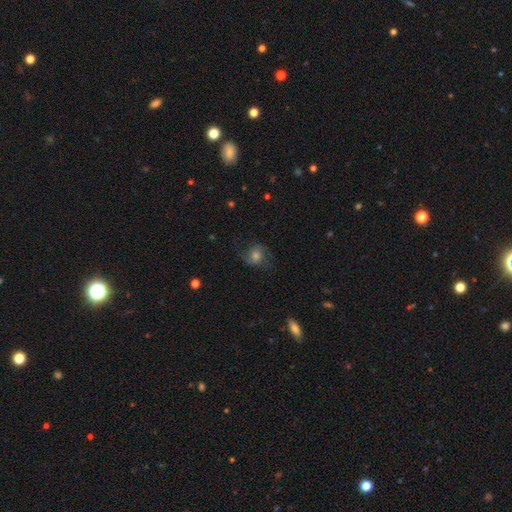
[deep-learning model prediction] A featured or disk galaxy (44%).

Vote fractions:
- Smooth or featured? featured or disk: 44% / smooth: 39% / star or artifact: 17%
- Merging? none: 66% / minor disturbance: 19% / major disturbance: 14% / merger: 1%